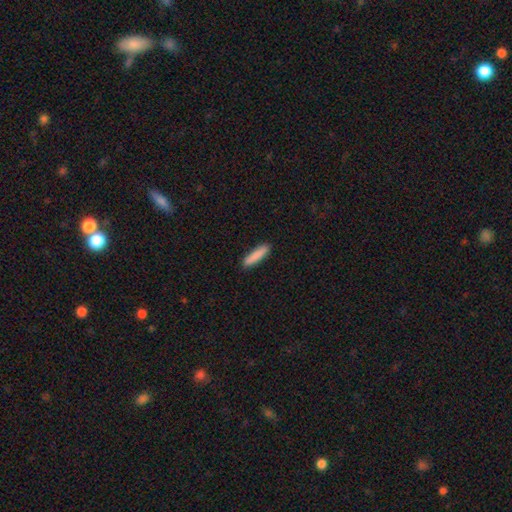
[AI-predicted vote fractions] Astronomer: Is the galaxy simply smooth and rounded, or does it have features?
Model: smooth — 87%.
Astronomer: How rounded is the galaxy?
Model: cigar-shaped — 84%.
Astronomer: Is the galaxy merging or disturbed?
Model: none — 90%.